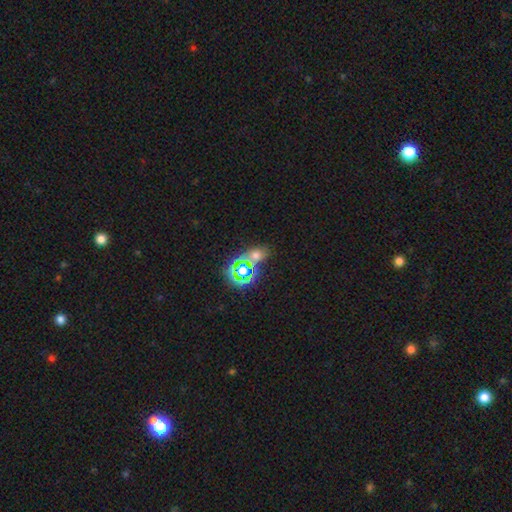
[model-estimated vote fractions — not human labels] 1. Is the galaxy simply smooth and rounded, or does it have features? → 45% star or artifact (tied), 45% smooth (tied), 10% featured or disk.